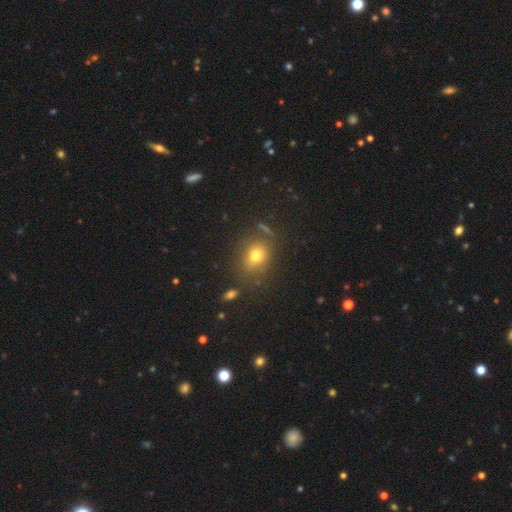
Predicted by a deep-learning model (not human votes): smooth 74%, star or artifact 16%, featured or disk 10%. Down the decision tree: how rounded — round (54%); merging — none (76%).